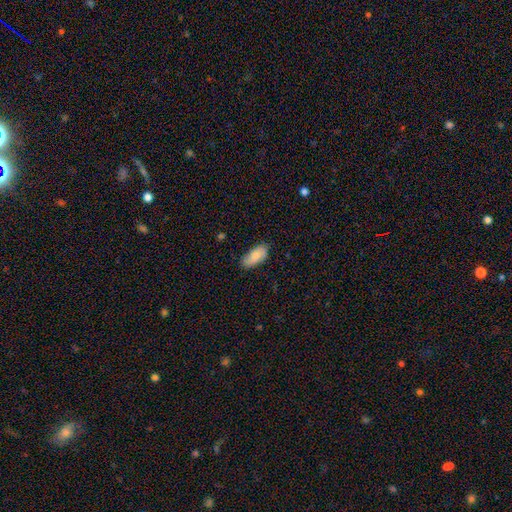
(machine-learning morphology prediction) The model was most divided on "merging": none: 79%, minor disturbance: 17%, major disturbance: 3%, merger: 1%. More confident: how rounded — in between (90%); smooth or featured — smooth (83%).